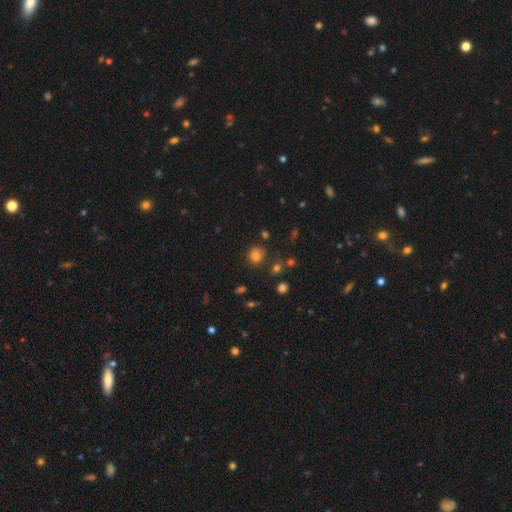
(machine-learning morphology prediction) A smooth galaxy with no disk features (77%) that is round (79%).

Vote fractions:
- Smooth or featured? smooth: 77% / star or artifact: 15% / featured or disk: 7%
- How rounded? round: 79% / in between: 20% / cigar-shaped: 1%
- Merging? none: 75% / minor disturbance: 16% / major disturbance: 5% / merger: 4%